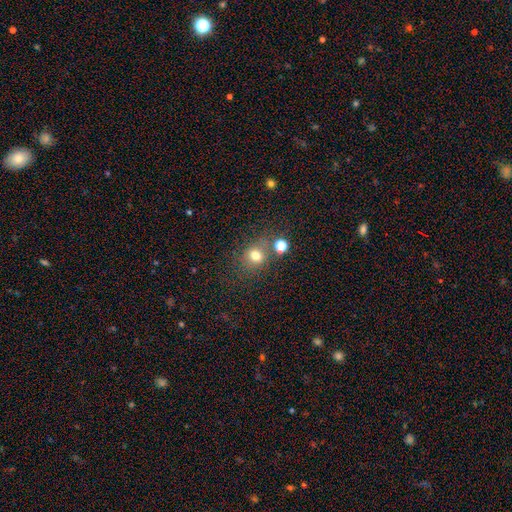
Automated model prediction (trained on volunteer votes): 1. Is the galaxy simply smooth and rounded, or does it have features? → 72% smooth, 18% star or artifact, 10% featured or disk.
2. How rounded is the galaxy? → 70% round, 29% in between, 1% cigar-shaped.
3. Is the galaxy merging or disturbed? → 64% none, 15% merger, 14% minor disturbance, 7% major disturbance.